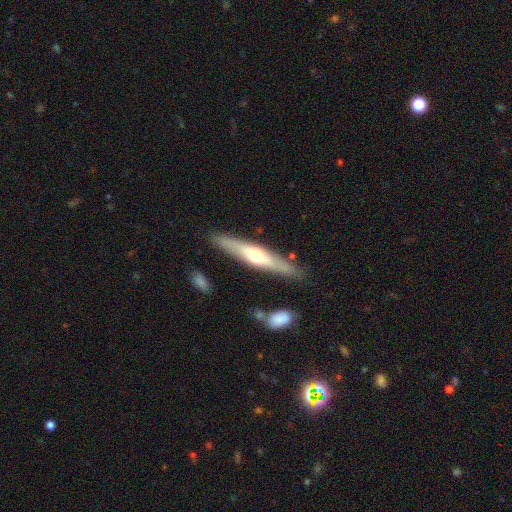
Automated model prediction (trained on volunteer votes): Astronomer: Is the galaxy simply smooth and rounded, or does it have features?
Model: featured or disk — 54% (runner-up: smooth, 41%).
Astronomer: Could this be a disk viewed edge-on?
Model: yes — 92%.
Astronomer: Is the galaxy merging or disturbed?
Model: none — 85%.